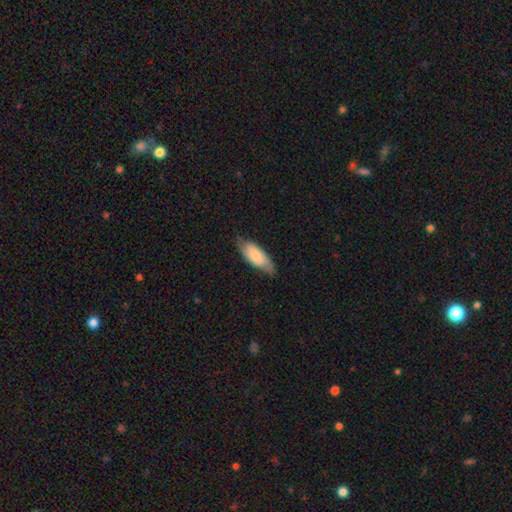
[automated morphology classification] Smooth or featured: smooth — 66% (featured or disk — 28%)
How rounded: in between — 73% (cigar-shaped — 25%)
Merging: none — 73% (minor disturbance — 21%)